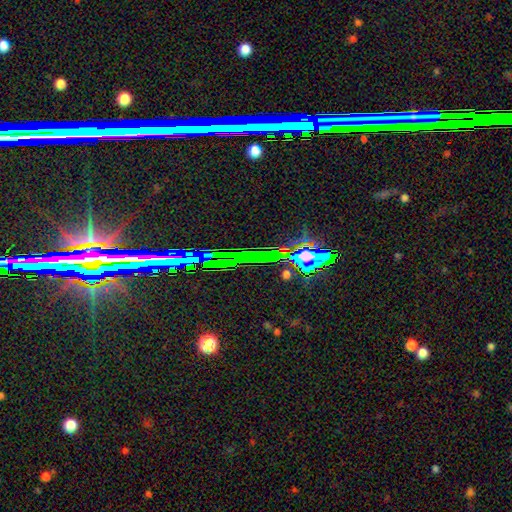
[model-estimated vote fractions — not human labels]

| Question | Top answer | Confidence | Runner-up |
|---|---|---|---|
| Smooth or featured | star or artifact | 80% | featured or disk (10%) |